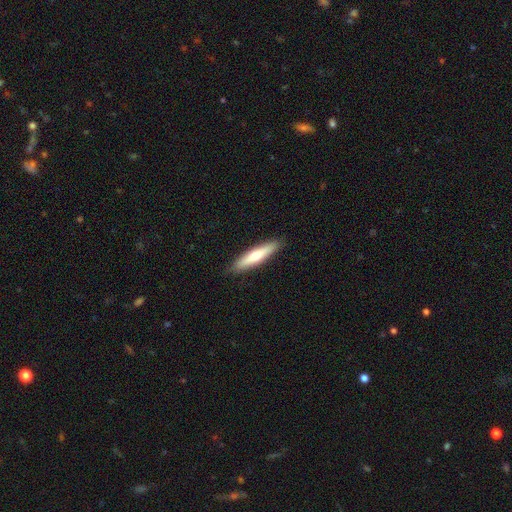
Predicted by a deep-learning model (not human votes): smooth_or_featured: smooth (p=0.61) [alt: featured or disk p=0.34]
how_rounded: cigar-shaped (p=0.84) [alt: in between p=0.14]
merging: none (p=0.90) [alt: minor disturbance p=0.07]